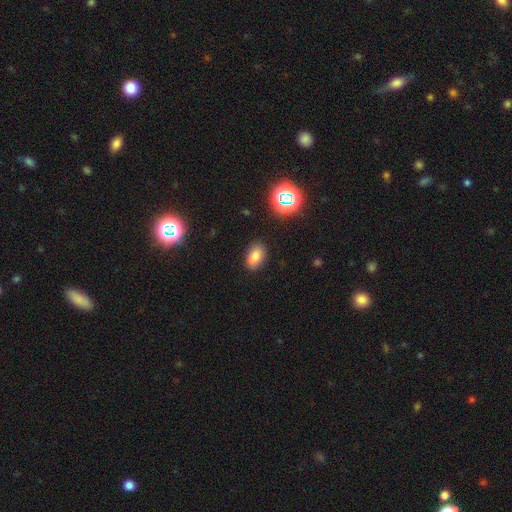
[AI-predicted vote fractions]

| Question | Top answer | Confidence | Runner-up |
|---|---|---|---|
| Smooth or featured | smooth | 76% | star or artifact (14%) |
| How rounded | in between | 88% | round (10%) |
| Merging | none | 77% | minor disturbance (14%) |